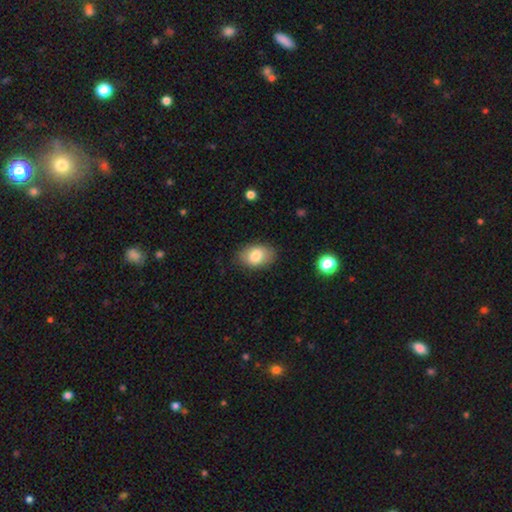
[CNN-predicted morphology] smooth-or-featured: smooth: 81% | featured or disk: 12% | star or artifact: 7%
  how-rounded: in between: 85% | round: 14% | cigar-shaped: 1%
  merging: none: 81% | minor disturbance: 14% | major disturbance: 3% | merger: 1%